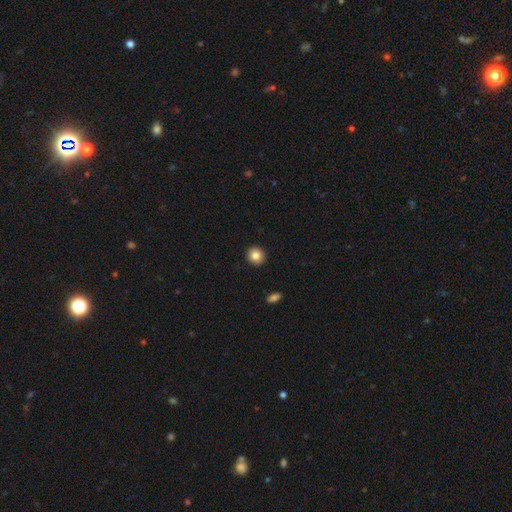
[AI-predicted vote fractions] This is clearly a smooth galaxy (84%). How rounded: clearly round (90%). Merging: clearly none (93%).